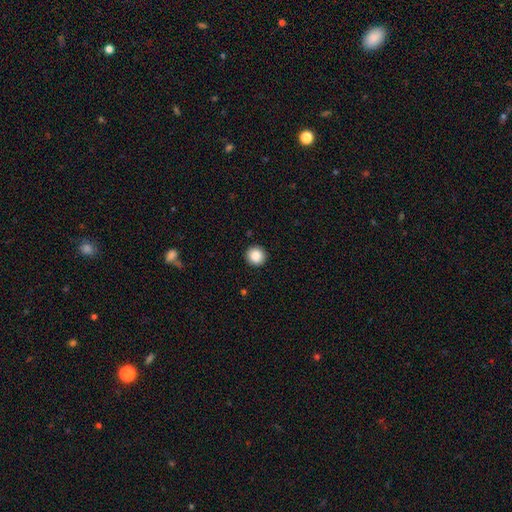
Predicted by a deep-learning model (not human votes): The model was most divided on "smooth or featured": smooth: 87%, star or artifact: 9%, featured or disk: 4%. More confident: how rounded — round (94%); merging — none (92%).